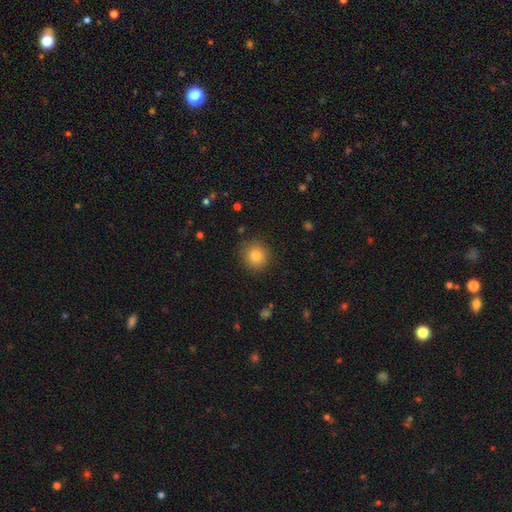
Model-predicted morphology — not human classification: The model was most divided on "smooth or featured": smooth: 83%, star or artifact: 10%, featured or disk: 7%. More confident: how rounded — round (90%); merging — none (88%).